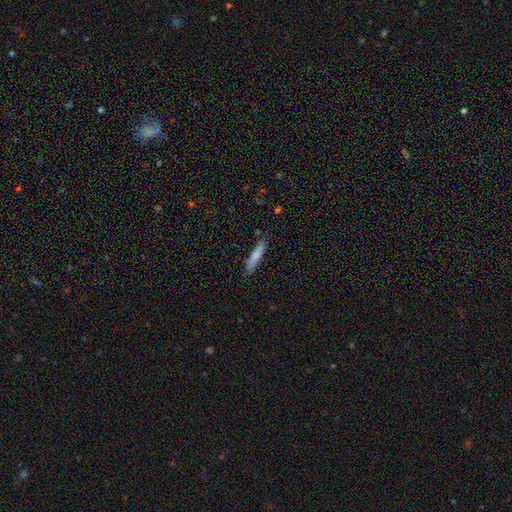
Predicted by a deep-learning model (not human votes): This is likely a smooth galaxy (76%). How rounded: clearly cigar-shaped (86%). Merging: clearly none (81%).